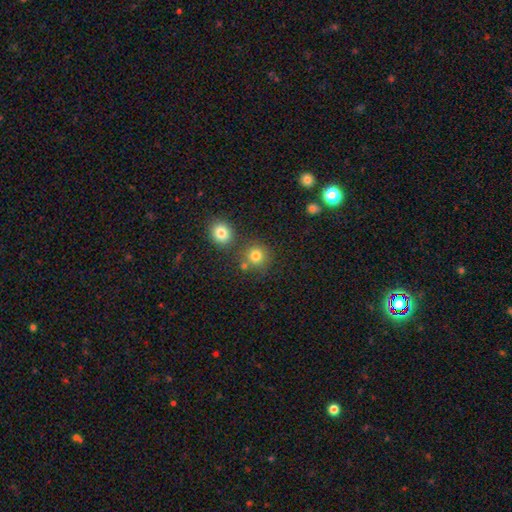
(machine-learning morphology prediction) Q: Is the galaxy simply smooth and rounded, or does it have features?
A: smooth — 80%.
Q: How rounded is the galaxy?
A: round — 90%.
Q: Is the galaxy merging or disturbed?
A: none — 73%.